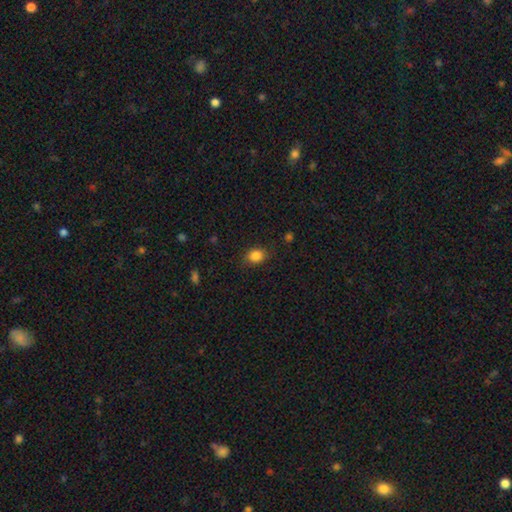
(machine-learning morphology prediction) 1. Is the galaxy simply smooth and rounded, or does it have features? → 85% smooth, 11% star or artifact, 4% featured or disk.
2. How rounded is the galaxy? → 52% round, 47% in between, 1% cigar-shaped.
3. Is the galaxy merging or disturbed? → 83% none, 13% minor disturbance, 3% major disturbance, 1% merger.